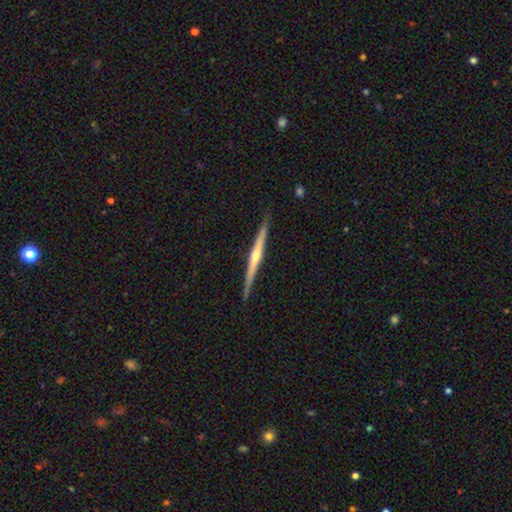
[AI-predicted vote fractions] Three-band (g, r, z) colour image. It shows a featured or disk galaxy (77%) viewed edge-on (98%) with a rounded central bulge (80%). Merging: none (89%).